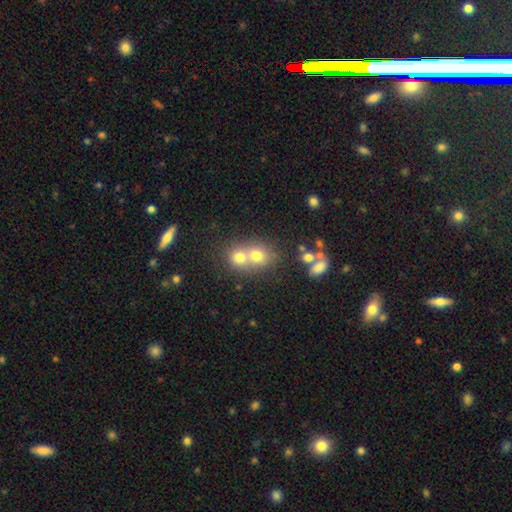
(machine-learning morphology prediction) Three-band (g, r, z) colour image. It shows a smooth galaxy with no disk features (68%) that is round (72%). Merging: merger (60%).